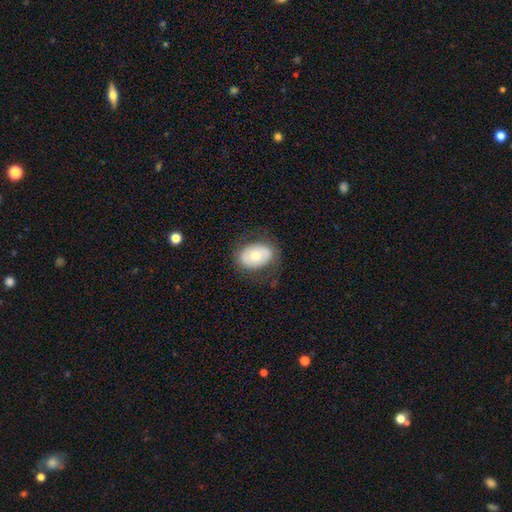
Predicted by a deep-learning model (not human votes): smooth_or_featured: smooth (p=0.63) [alt: featured or disk p=0.30]
how_rounded: in between (p=0.81) [alt: round p=0.18]
merging: none (p=0.77) [alt: minor disturbance p=0.16]